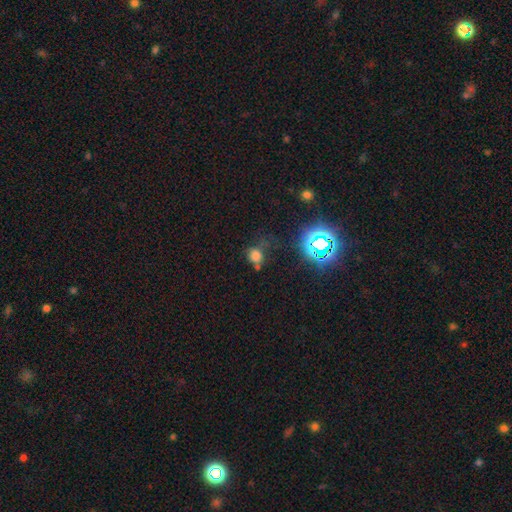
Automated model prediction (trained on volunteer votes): Q: Smooth or featured?
A: smooth (65%); runner-up: star or artifact (26%)
Q: How rounded?
A: round (75%); runner-up: in between (23%)
Q: Merging?
A: none (50%); runner-up: minor disturbance (23%)